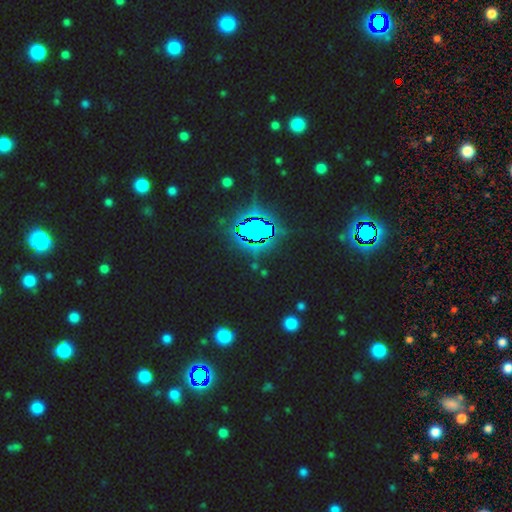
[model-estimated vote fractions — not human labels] Smooth or featured? Predicted: star or artifact (p=0.81).